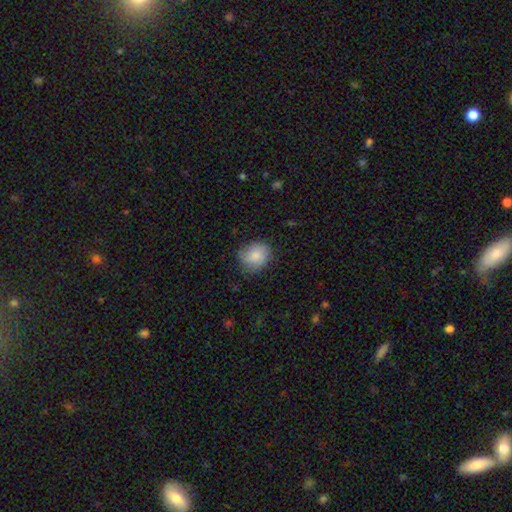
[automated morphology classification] Smooth or featured? smooth (81%)
How rounded? round (66%)
Merging? none (69%)